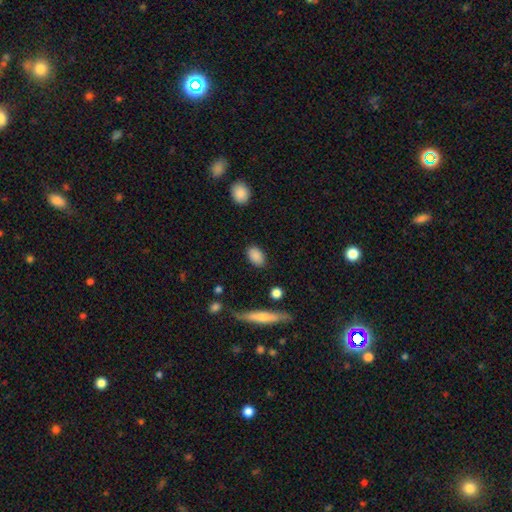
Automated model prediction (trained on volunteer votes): Q: Smooth or featured?
A: smooth (87%); runner-up: star or artifact (8%)
Q: How rounded?
A: in between (89%); runner-up: round (8%)
Q: Merging?
A: none (85%); runner-up: minor disturbance (11%)